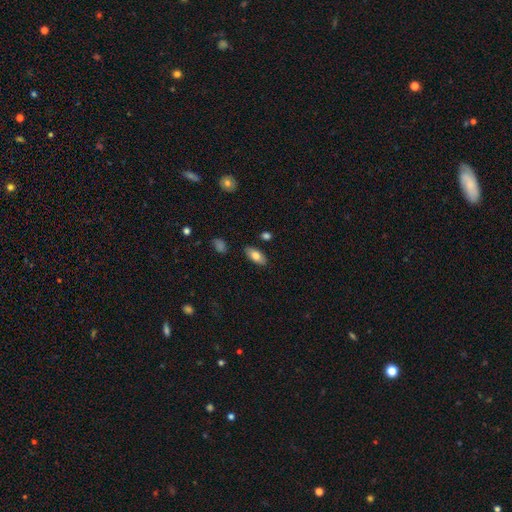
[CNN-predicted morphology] smooth_or_featured: smooth (p=0.78) [alt: featured or disk p=0.16]
how_rounded: in between (p=0.91) [alt: cigar-shaped p=0.07]
merging: none (p=0.86) [alt: minor disturbance p=0.10]